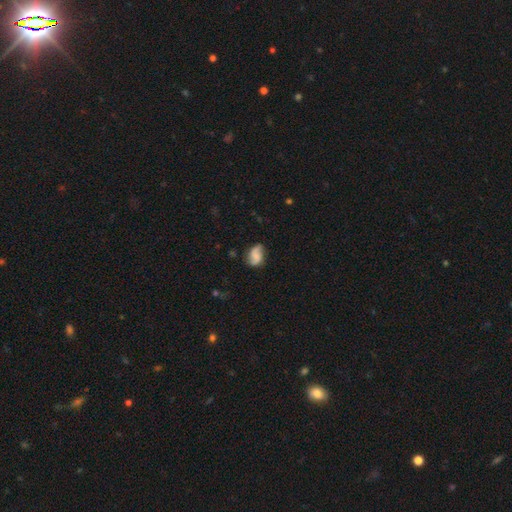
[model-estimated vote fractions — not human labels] This is possibly a featured or disk galaxy (56%). It is clearly not viewed edge-on (97%). Bar: possibly no (53%). Spiral arm pattern: clearly yes (91%). Central bulge: possibly none (49%). Merging: likely none (67%).